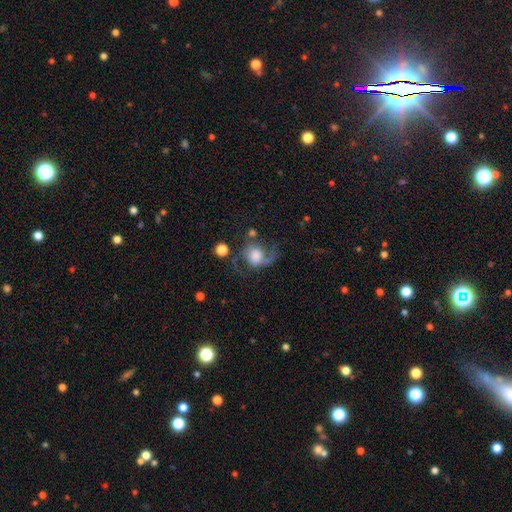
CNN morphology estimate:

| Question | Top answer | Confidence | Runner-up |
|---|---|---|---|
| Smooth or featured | featured or disk | 55% | smooth (36%) |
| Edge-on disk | no | 97% | yes (3%) |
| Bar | no | 72% | weak (24%) |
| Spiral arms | yes | 86% | no (14%) |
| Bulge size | large | 39% | moderate (18%) |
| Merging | none | 45% | major disturbance (26%) |